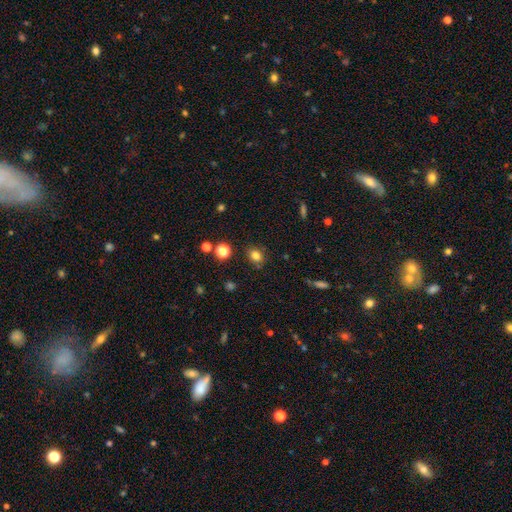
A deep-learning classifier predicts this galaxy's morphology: The model was most divided on "how rounded": round: 53%, in between: 46%, cigar-shaped: 1%. More confident: merging — none (84%); smooth or featured — smooth (80%).